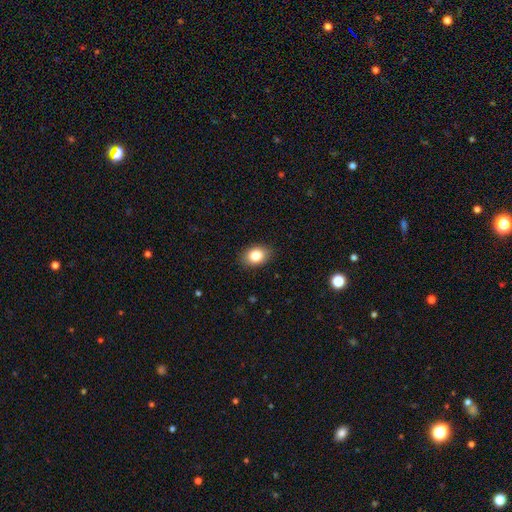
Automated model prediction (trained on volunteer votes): This is clearly a smooth galaxy (84%). How rounded: likely in between (76%). Merging: clearly none (88%).